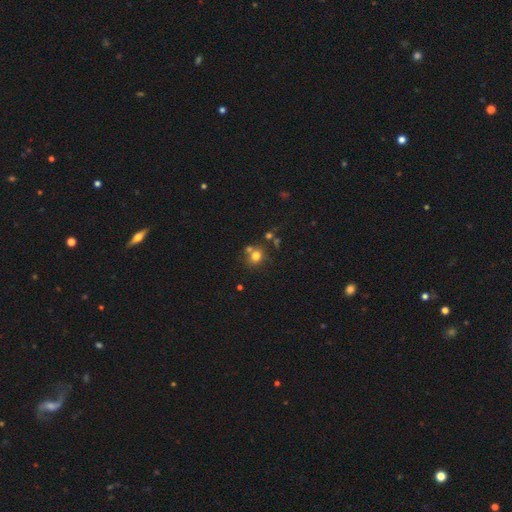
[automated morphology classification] Smooth or featured?
  - smooth: 73% *
  - star or artifact: 15%
  - featured or disk: 12%
How rounded?
  - round: 79% *
  - in between: 20%
  - cigar-shaped: 1%
Merging?
  - none: 58% *
  - merger: 26%
  - minor disturbance: 12%
  - major disturbance: 5%